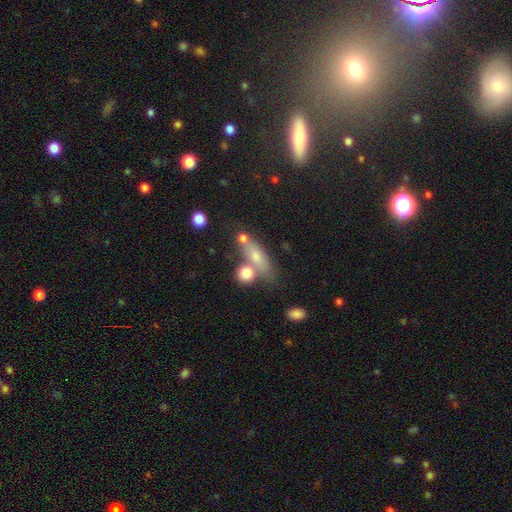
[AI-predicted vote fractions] A smooth galaxy with no disk features (66%) that is in between round and cigar-shaped (53%).

Vote fractions:
- Smooth or featured? smooth: 66% / featured or disk: 24% / star or artifact: 10%
- How rounded? in between: 53% / cigar-shaped: 36% / round: 11%
- Merging? none: 46% / merger: 31% / minor disturbance: 15% / major disturbance: 8%